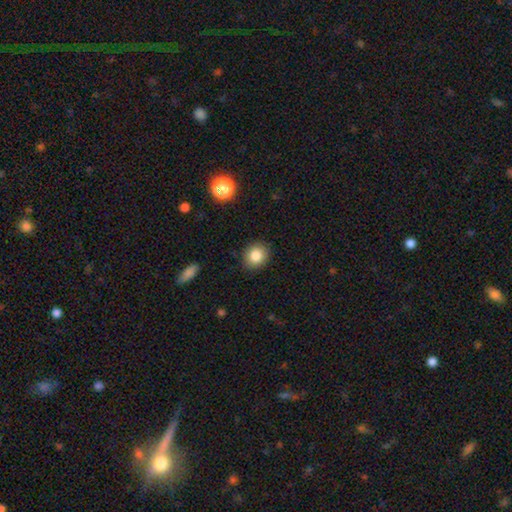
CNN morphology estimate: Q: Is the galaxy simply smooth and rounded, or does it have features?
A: smooth — 84%.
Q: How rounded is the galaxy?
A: round — 72%.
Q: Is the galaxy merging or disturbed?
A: none — 88%.